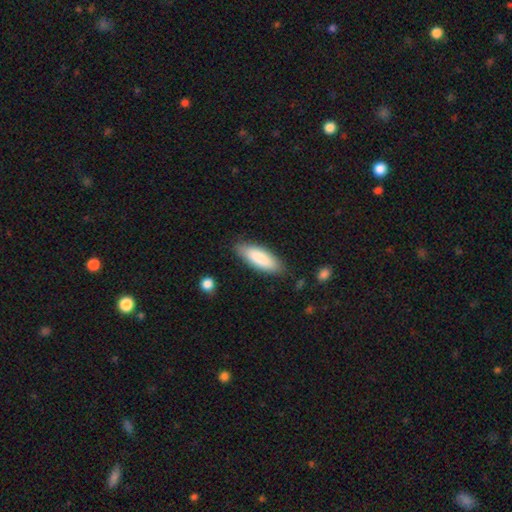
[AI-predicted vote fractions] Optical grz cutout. It shows a smooth galaxy with no disk features (83%) that is in between round and cigar-shaped (60%). Merging: none (84%).